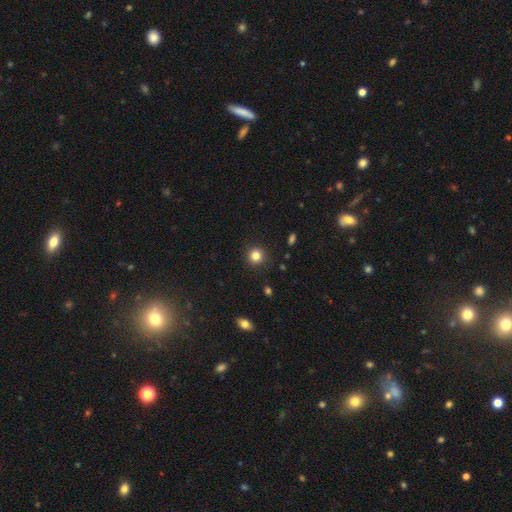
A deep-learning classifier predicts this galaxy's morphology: Smooth or featured? Predicted: smooth (p=0.83). How rounded? Predicted: round (p=0.94). Merging? Predicted: none (p=0.91).